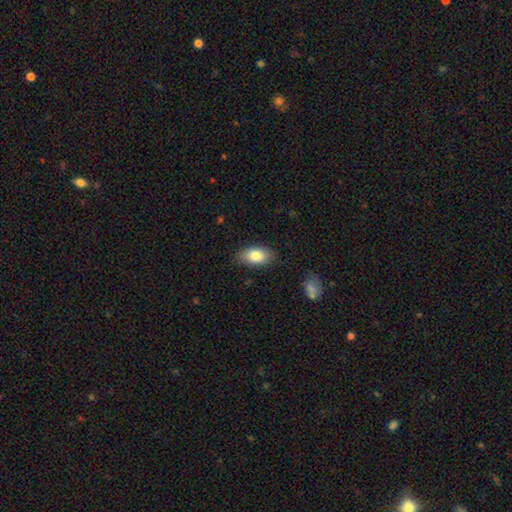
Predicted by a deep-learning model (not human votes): Overall: smooth (84%). How rounded: in between (93%). Merging: none (85%).